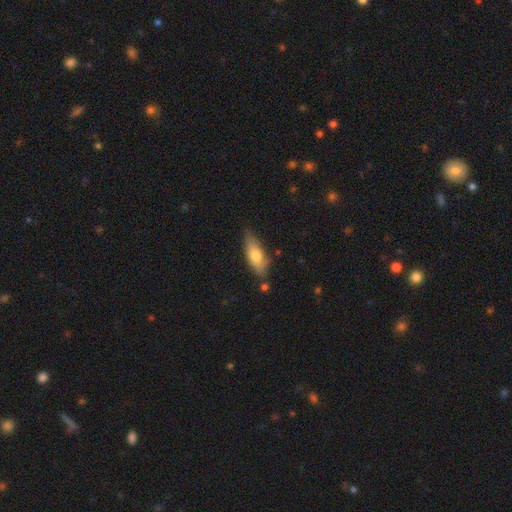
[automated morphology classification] This is likely a smooth galaxy (70%). How rounded: likely in between (68%). Merging: likely none (70%).